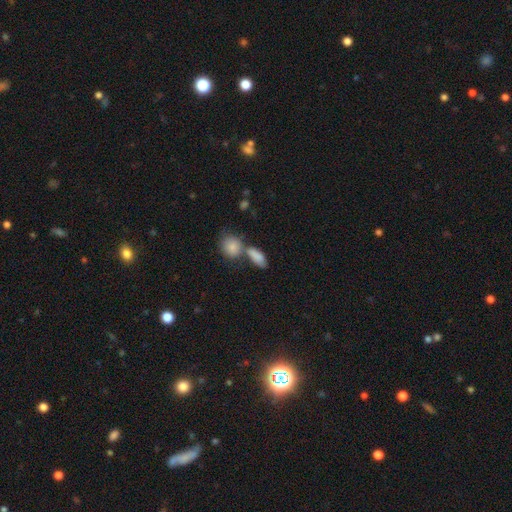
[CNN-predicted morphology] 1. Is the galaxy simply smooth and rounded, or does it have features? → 85% smooth, 9% featured or disk, 7% star or artifact.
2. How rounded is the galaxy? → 83% in between, 9% cigar-shaped, 8% round.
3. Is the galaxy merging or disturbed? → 47% merger, 37% none, 11% minor disturbance, 5% major disturbance.